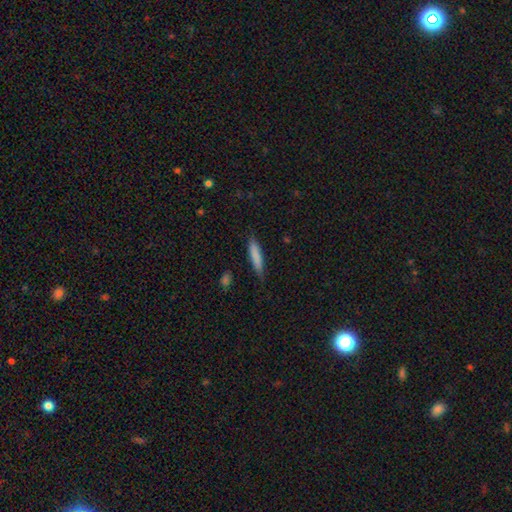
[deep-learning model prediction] Morphology: type=smooth (81%); roundness=cigar-shaped (83%); merging=none (78%).